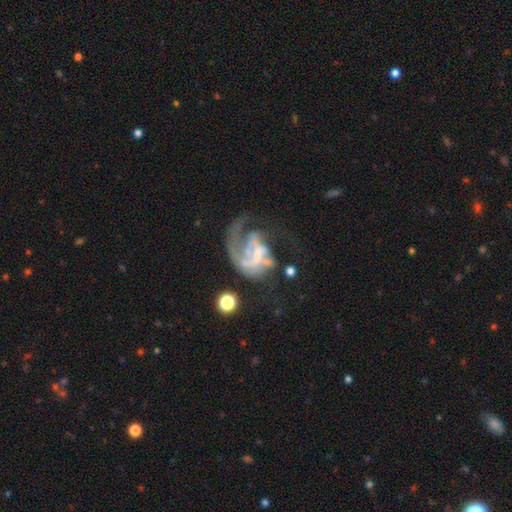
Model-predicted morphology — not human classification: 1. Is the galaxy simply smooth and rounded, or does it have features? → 80% featured or disk, 11% smooth, 8% star or artifact.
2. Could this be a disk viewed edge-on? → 98% no, 2% yes.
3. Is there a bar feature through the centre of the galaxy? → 47% no, 39% weak, 14% strong.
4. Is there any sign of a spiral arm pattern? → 85% yes, 15% no.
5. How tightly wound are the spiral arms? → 41% loose, 40% medium, 20% tight.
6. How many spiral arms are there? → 57% 1, 19% 2, 12% can't tell, 7% 3, 2% 4, 2% more than 4.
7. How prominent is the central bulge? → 40% none, 32% small, 21% moderate, 5% large, 2% dominant.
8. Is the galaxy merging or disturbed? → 53% major disturbance, 23% none, 13% minor disturbance, 10% merger.